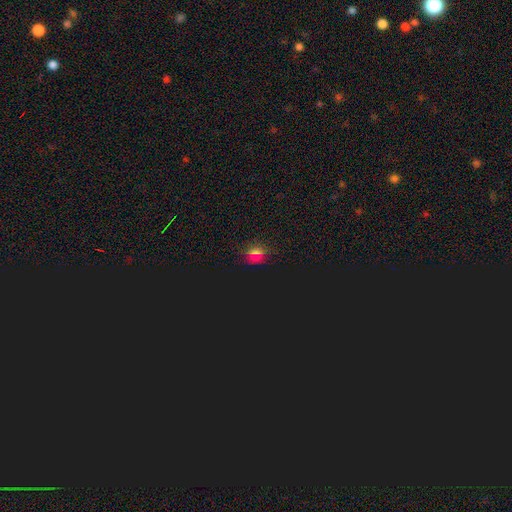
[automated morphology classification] star or artifact 49%, smooth 42%, featured or disk 9%.